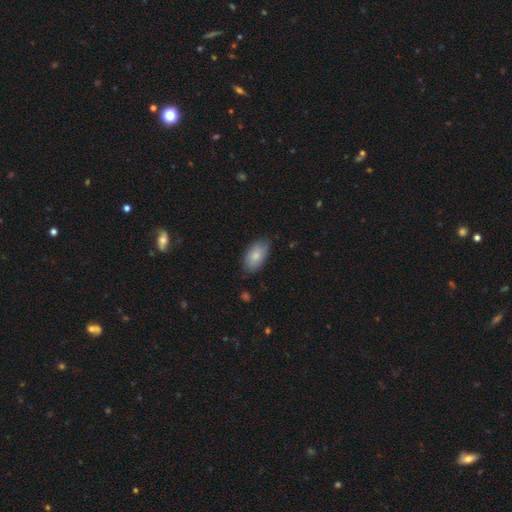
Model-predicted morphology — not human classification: This appears to be a smooth galaxy with no disk features (82%) that is in between round and cigar-shaped (94%). Merging: none (77%).